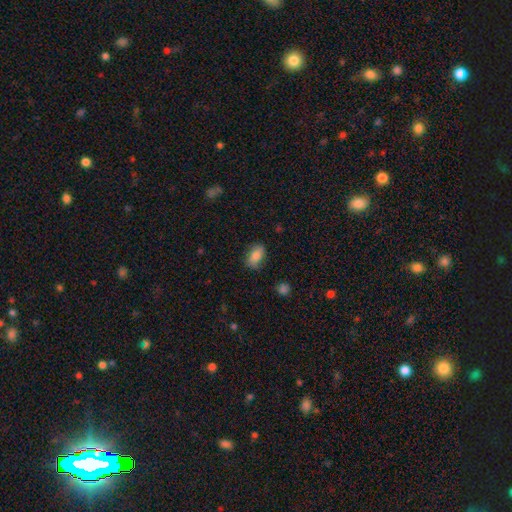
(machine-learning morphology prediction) A smooth galaxy with no disk features (76%) that is in between round and cigar-shaped (86%). Merging: none (76%).